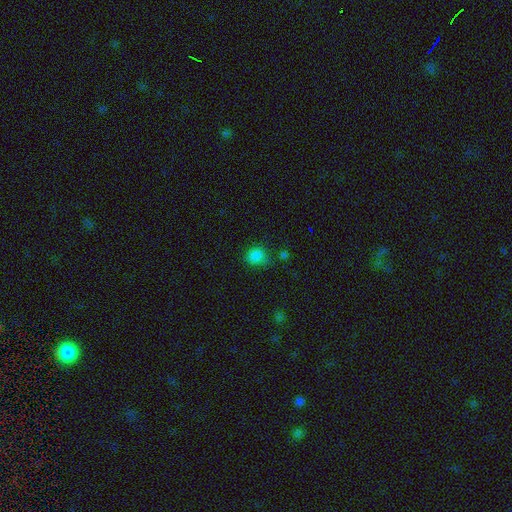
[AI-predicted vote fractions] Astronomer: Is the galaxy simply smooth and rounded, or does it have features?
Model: smooth — 81%.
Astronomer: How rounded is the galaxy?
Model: round — 79%.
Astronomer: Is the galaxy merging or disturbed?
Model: none — 67%.